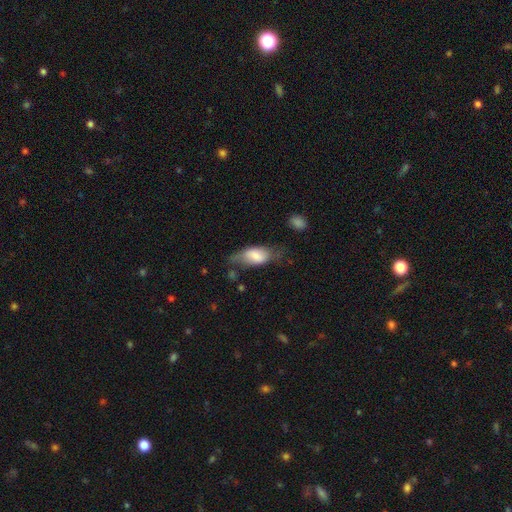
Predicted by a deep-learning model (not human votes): This is likely a smooth galaxy (69%). How rounded: clearly in between (85%). Merging: marginally none (41%).